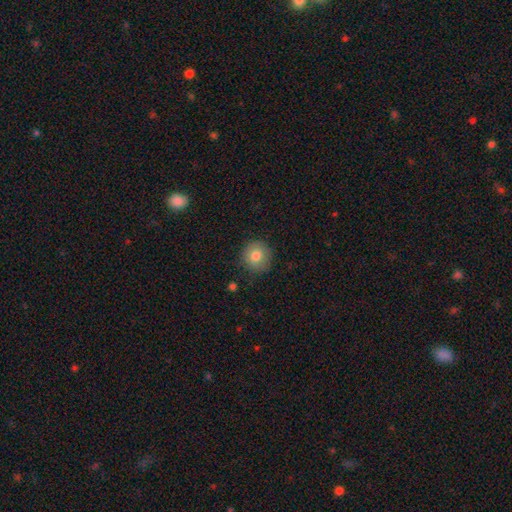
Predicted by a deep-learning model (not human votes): This appears to be a smooth galaxy with no disk features (81%) that is round (92%). Merging: none (86%).